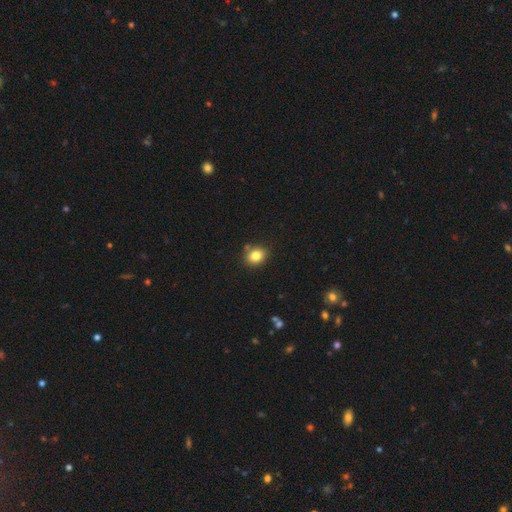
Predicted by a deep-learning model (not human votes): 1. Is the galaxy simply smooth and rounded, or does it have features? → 81% smooth, 11% star or artifact, 8% featured or disk.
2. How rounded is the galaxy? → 57% round, 43% in between, 1% cigar-shaped.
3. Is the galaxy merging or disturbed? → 80% none, 11% minor disturbance, 6% merger, 3% major disturbance.